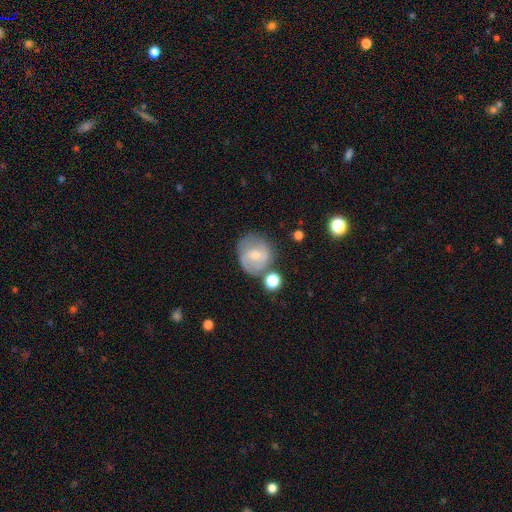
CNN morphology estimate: This is possibly a featured or disk galaxy (50%). It is clearly not viewed edge-on (96%). Merging: likely none (62%).